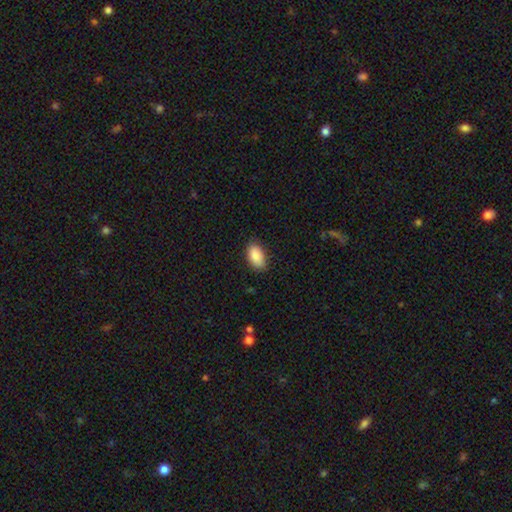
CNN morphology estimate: Smooth or featured?
  - smooth: 88% *
  - star or artifact: 7%
  - featured or disk: 5%
How rounded?
  - in between: 94% *
  - round: 4%
  - cigar-shaped: 2%
Merging?
  - none: 84% *
  - minor disturbance: 13%
  - major disturbance: 2%
  - merger: 1%